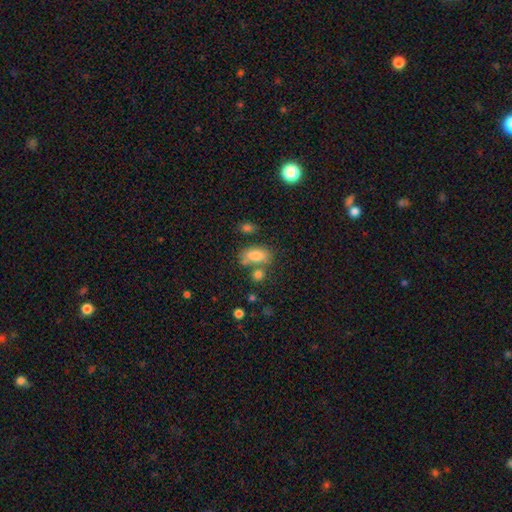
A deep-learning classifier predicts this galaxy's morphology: Smooth or featured?
  - smooth: 80% *
  - star or artifact: 10%
  - featured or disk: 10%
How rounded?
  - in between: 89% *
  - round: 7%
  - cigar-shaped: 5%
Merging?
  - none: 57% *
  - merger: 20%
  - minor disturbance: 17%
  - major disturbance: 7%